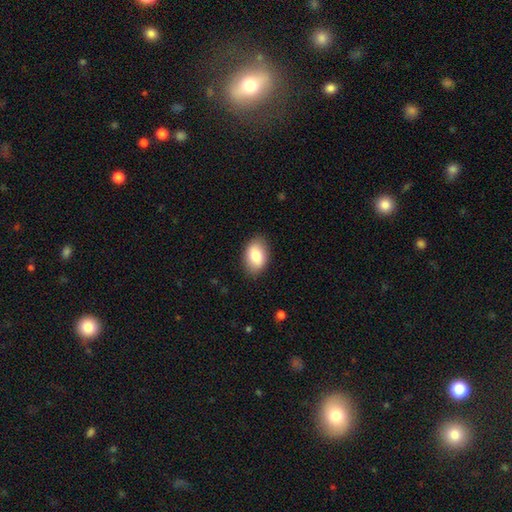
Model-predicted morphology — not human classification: Q: Smooth or featured?
A: smooth (80%); runner-up: featured or disk (13%)
Q: How rounded?
A: in between (88%); runner-up: round (11%)
Q: Merging?
A: none (86%); runner-up: minor disturbance (11%)